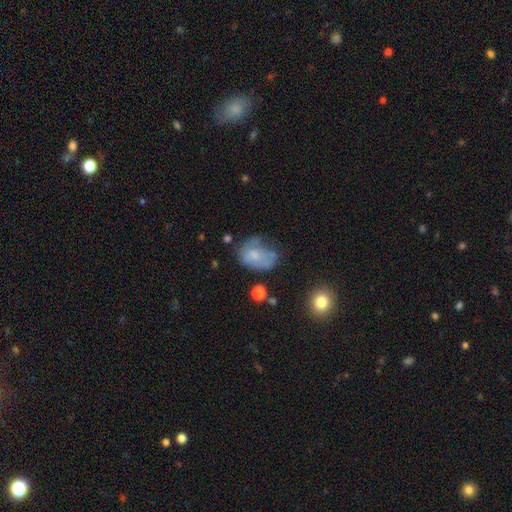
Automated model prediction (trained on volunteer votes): The model was most divided on "merging" (2-way tie): major disturbance: 31%, minor disturbance: 31%, none: 30%, merger: 8%. More confident: how rounded — in between (68%); smooth or featured — smooth (56%).